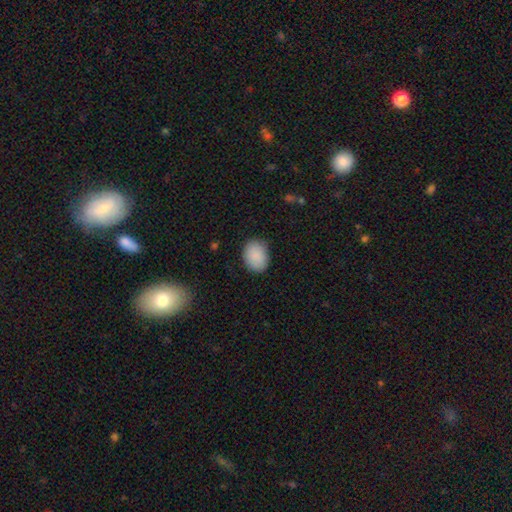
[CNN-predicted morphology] Q: Smooth or featured?
A: smooth (89%); runner-up: star or artifact (7%)
Q: How rounded?
A: in between (65%); runner-up: round (34%)
Q: Merging?
A: none (83%); runner-up: minor disturbance (13%)